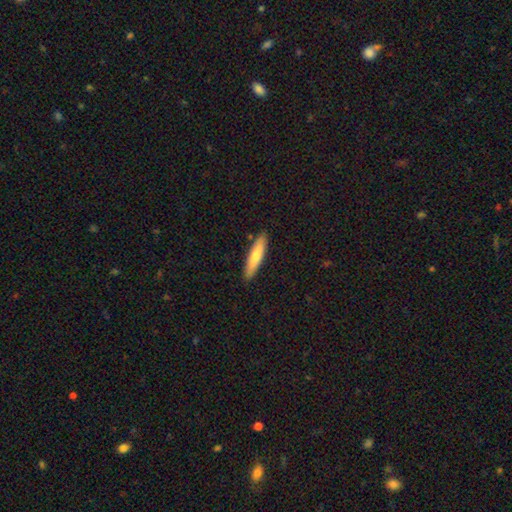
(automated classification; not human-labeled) Smooth or featured? smooth (72%)
How rounded? cigar-shaped (82%)
Merging? none (88%)